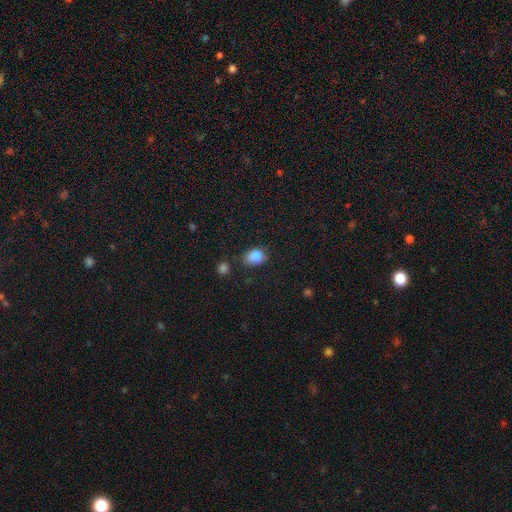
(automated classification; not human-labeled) smooth-or-featured: smooth: 85% | star or artifact: 9% | featured or disk: 6%
  how-rounded: in between: 65% | round: 34% | cigar-shaped: 1%
  merging: none: 68% | minor disturbance: 21% | merger: 5% | major disturbance: 5%